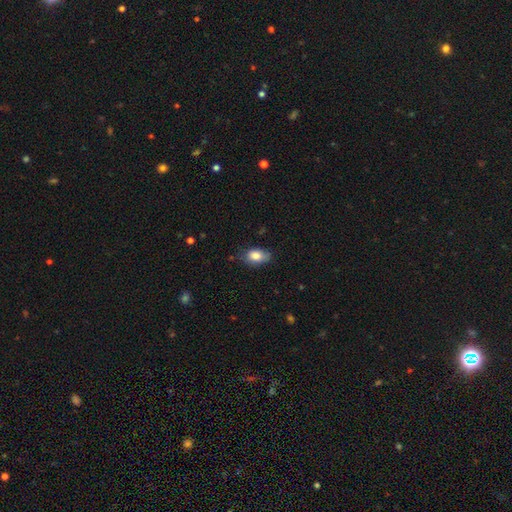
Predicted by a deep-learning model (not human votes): Smooth or featured? Predicted: smooth (p=0.84). How rounded? Predicted: in between (p=0.89). Merging? Predicted: none (p=0.69).